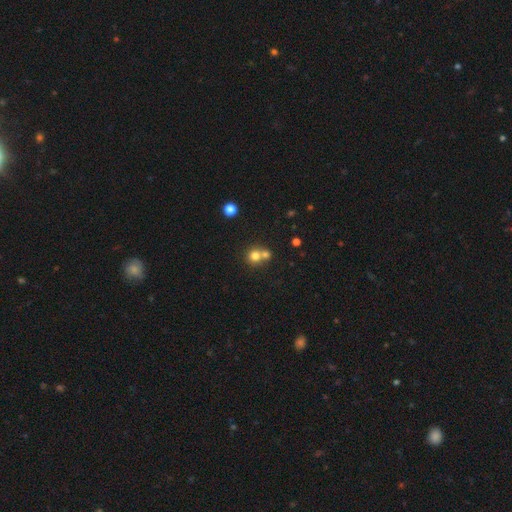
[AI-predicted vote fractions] This is likely a smooth galaxy (76%). How rounded: clearly round (88%). Merging: possibly merger (48%).